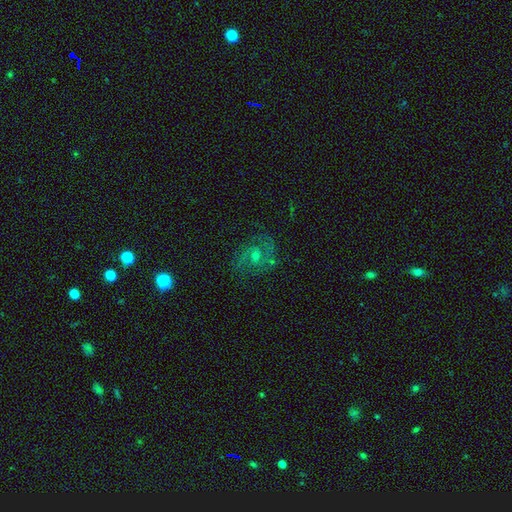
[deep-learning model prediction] This appears to be a featured or disk galaxy (76%) with no bar (57%), 2 (74%) medium (53%) spiral arms (93%) and a small central bulge (52%). Merging: none (73%).